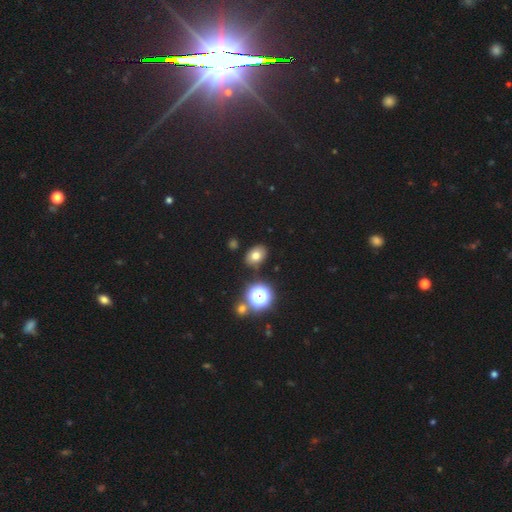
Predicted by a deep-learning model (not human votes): smooth_or_featured: smooth (p=0.74) [alt: star or artifact p=0.17]
how_rounded: in between (p=0.68) [alt: round p=0.31]
merging: none (p=0.85) [alt: minor disturbance p=0.10]